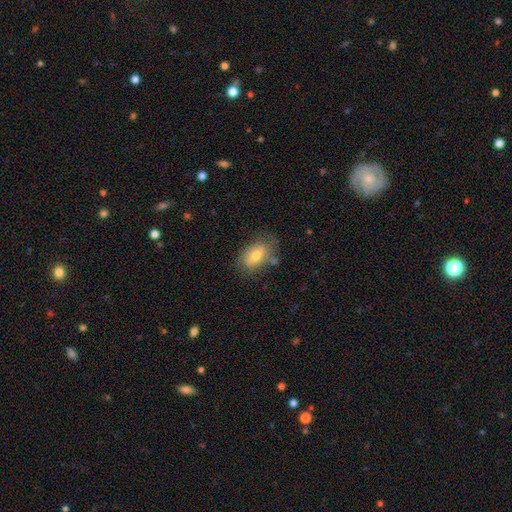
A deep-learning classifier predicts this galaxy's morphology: Smooth or featured? Predicted: smooth (p=0.63). How rounded? Predicted: in between (p=0.87). Merging? Predicted: none (p=0.65).